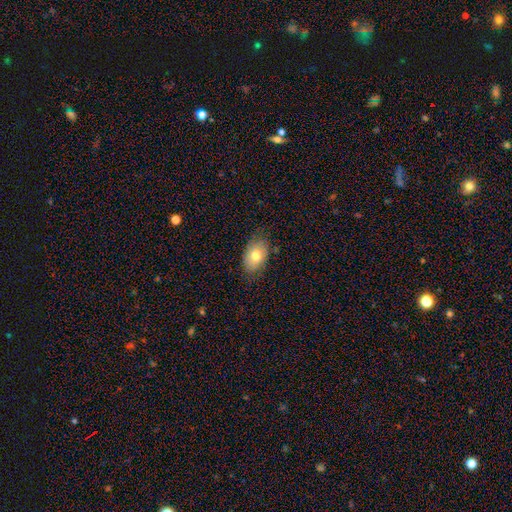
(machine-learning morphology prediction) Overall: smooth (75%). How rounded: in between (87%). Merging: none (79%).